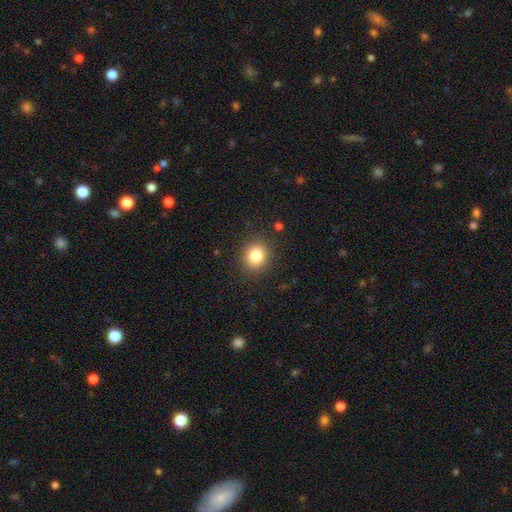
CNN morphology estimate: Smooth or featured? Predicted: smooth (p=0.82). How rounded? Predicted: round (p=0.79). Merging? Predicted: none (p=0.88).